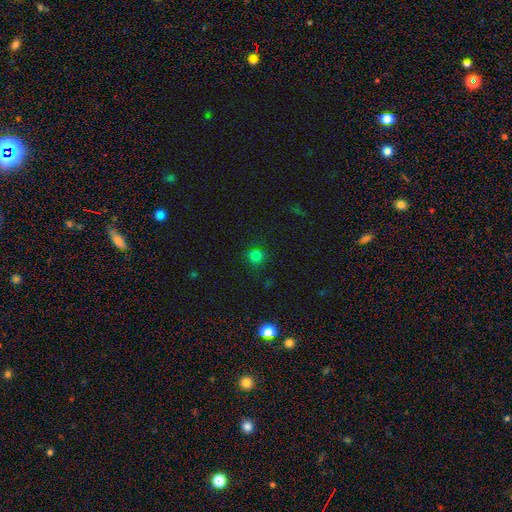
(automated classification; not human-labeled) This is likely a smooth galaxy (77%). How rounded: clearly round (90%). Merging: clearly none (82%).